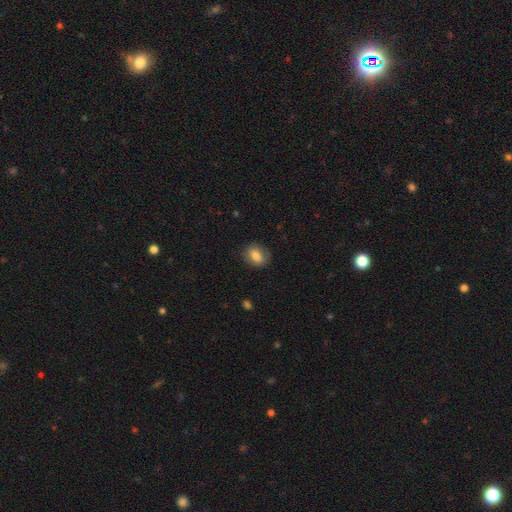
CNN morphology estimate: This is likely a smooth galaxy (76%). How rounded: likely in between (63%). Merging: likely none (78%).